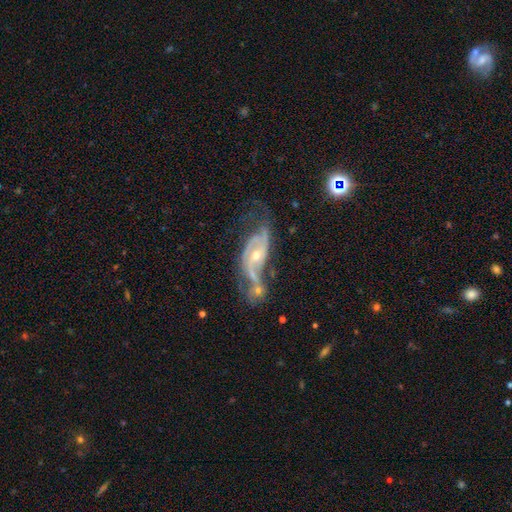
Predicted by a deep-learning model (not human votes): Morphology: type=featured or disk (84%); edge-on=no (93%); bar=no (57%); spiral arms=yes (92%); winding=medium (44%); arm count=2 (71%); bulge=small (48%, tied with moderate); merging=merger (33%).